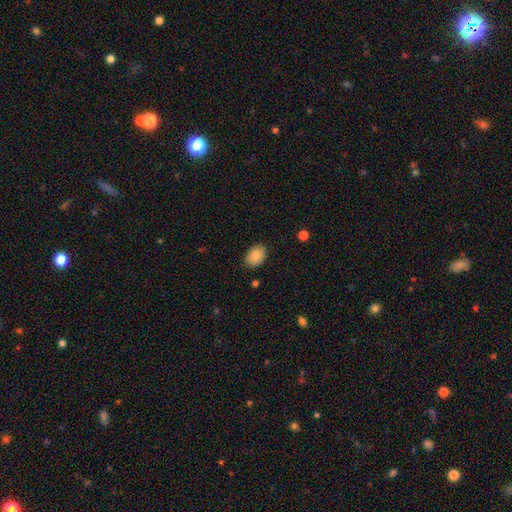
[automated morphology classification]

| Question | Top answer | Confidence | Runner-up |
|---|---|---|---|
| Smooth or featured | smooth | 87% | star or artifact (7%) |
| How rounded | in between | 83% | round (16%) |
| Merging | none | 84% | minor disturbance (13%) |